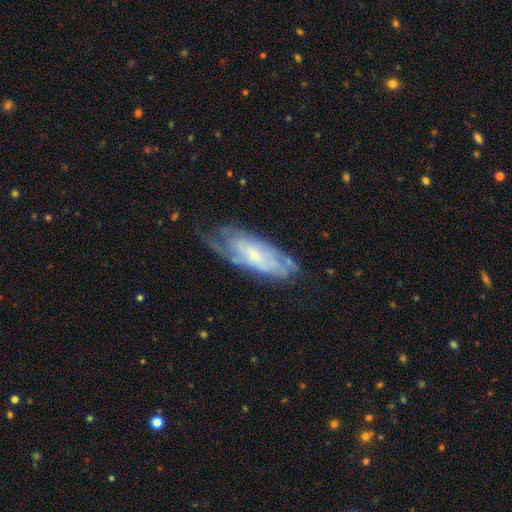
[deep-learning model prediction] Morphology: type=featured or disk (67%); edge-on=no (84%); bar=no (59%); spiral arms=yes (82%); bulge=small (66%); merging=none (59%).